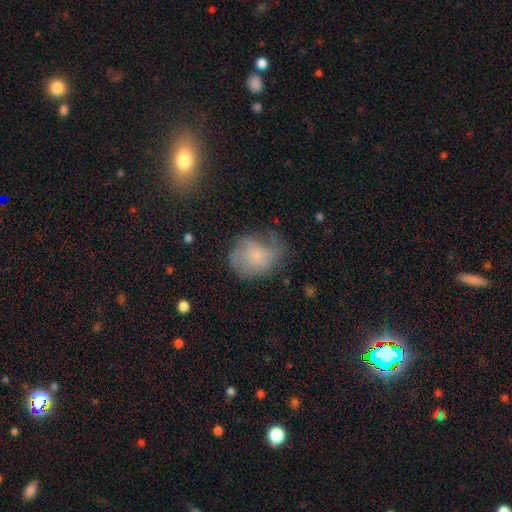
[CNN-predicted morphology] Smooth or featured: smooth — 60% (featured or disk — 30%)
How rounded: round — 57% (in between — 42%)
Merging: none — 43% (minor disturbance — 33%)